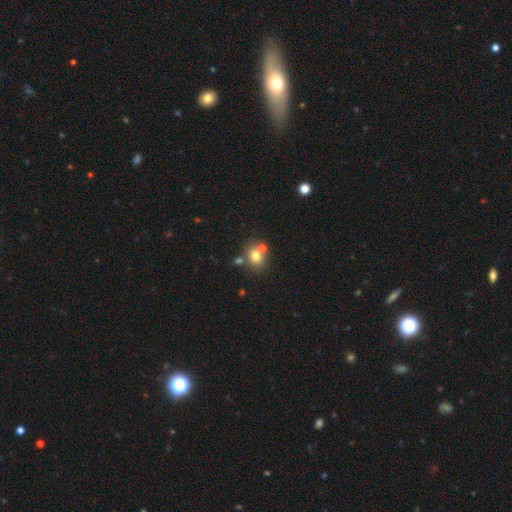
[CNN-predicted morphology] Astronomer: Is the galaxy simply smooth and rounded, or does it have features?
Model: smooth — 74%.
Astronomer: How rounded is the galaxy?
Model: round — 65%.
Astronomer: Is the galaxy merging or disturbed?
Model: none — 56%.